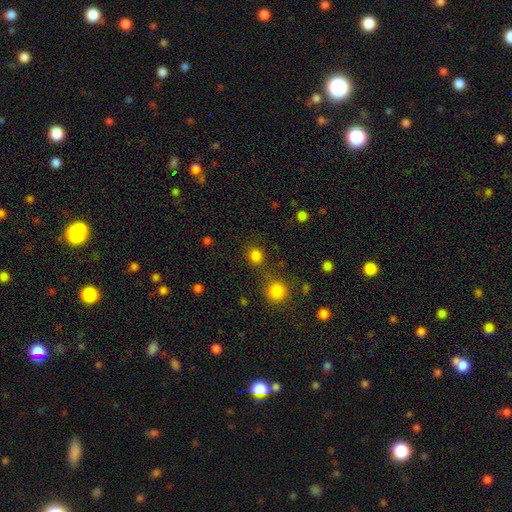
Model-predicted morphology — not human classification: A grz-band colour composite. It shows a smooth galaxy with no disk features (81%) that is round (85%). Merging: none (73%).